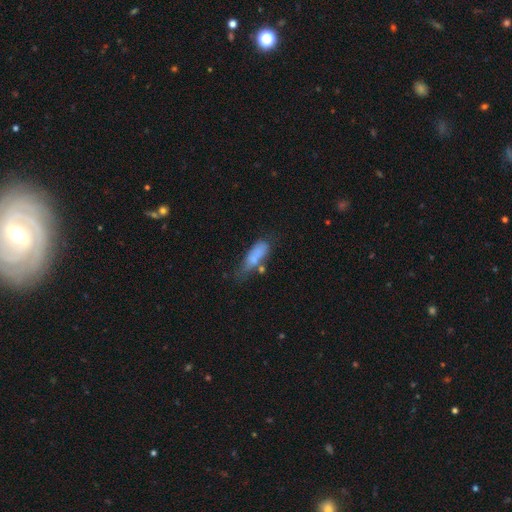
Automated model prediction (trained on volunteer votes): This appears to be a smooth galaxy with no disk features (74%) that is in between round and cigar-shaped (58%). Merging: none (36%).